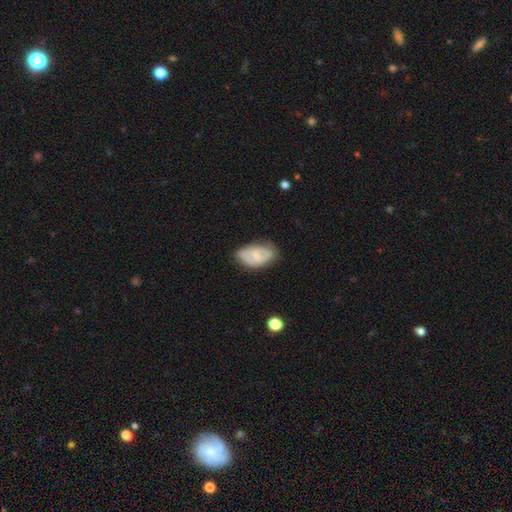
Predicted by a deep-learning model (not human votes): Q: Smooth or featured?
A: smooth (49%); runner-up: featured or disk (44%)
Q: Merging?
A: none (66%); runner-up: minor disturbance (25%)